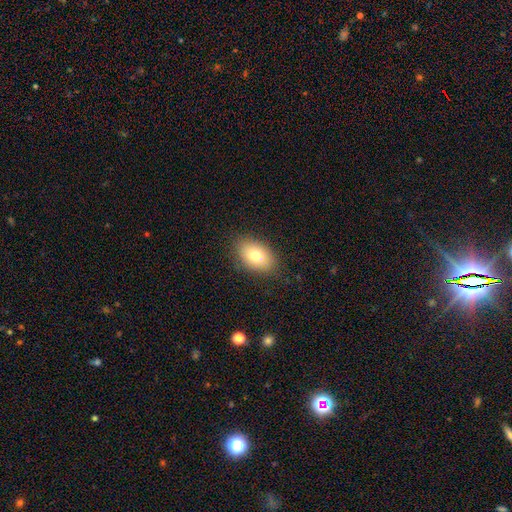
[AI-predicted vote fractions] A smooth galaxy with no disk features (77%) that is in between round and cigar-shaped (87%). Merging: none (85%).